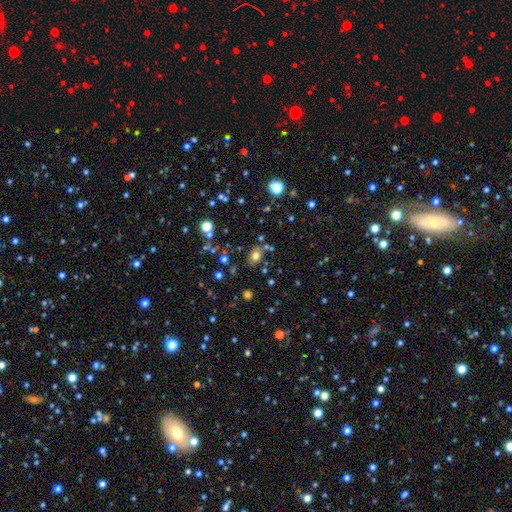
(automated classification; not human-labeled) This appears to be a smooth galaxy with no disk features (71%) that is in between round and cigar-shaped (59%). Merging: none (72%).